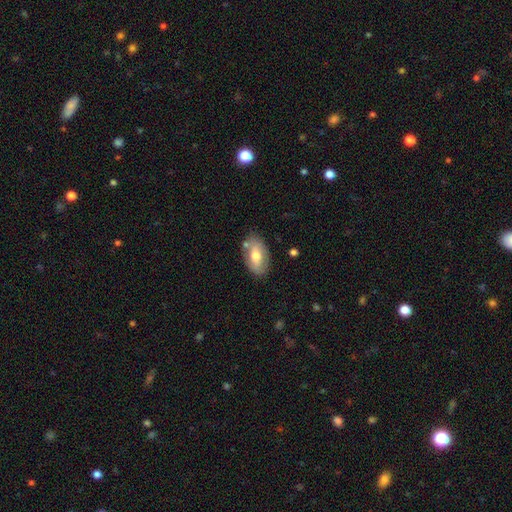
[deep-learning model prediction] A smooth galaxy with no disk features (56%) that is in between round and cigar-shaped (92%).

Vote fractions:
- Smooth or featured? smooth: 56% / featured or disk: 37% / star or artifact: 6%
- How rounded? in between: 92% / round: 5% / cigar-shaped: 3%
- Merging? none: 75% / minor disturbance: 15% / merger: 6% / major disturbance: 4%